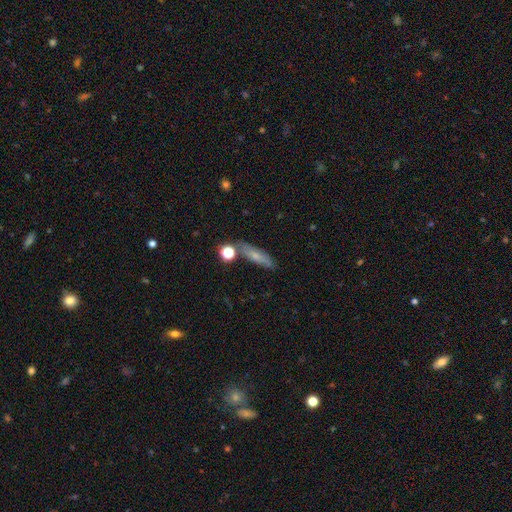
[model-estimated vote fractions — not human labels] This is likely a smooth galaxy (62%). How rounded: likely cigar-shaped (61%). Merging: likely none (72%).